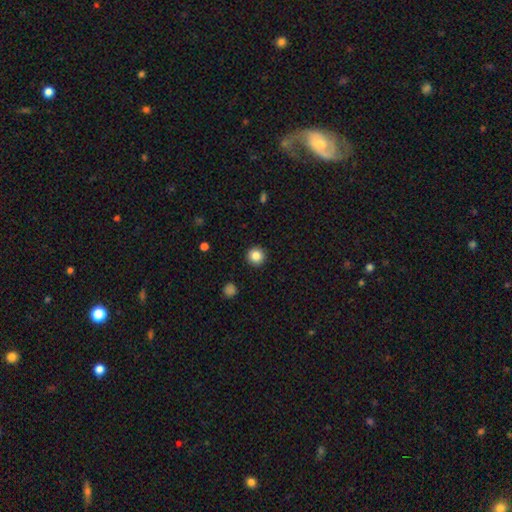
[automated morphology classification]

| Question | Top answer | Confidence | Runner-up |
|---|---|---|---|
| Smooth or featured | smooth | 85% | star or artifact (10%) |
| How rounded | round | 95% | in between (4%) |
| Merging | none | 93% | minor disturbance (4%) |